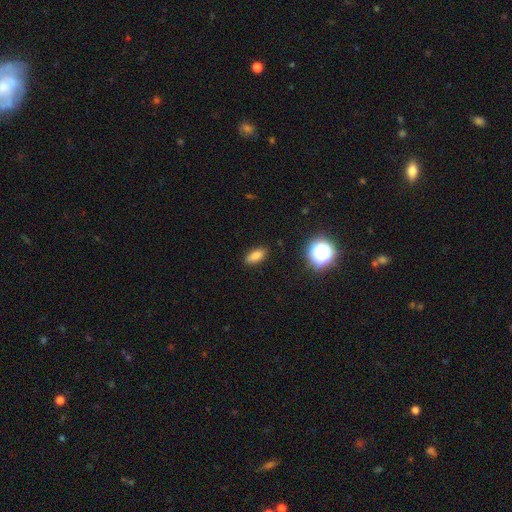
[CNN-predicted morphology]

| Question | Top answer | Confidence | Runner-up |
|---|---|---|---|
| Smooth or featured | smooth | 82% | star or artifact (12%) |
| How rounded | in between | 83% | cigar-shaped (11%) |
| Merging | none | 87% | minor disturbance (9%) |